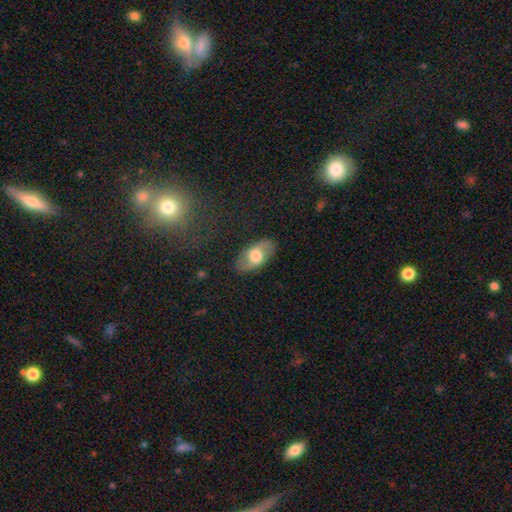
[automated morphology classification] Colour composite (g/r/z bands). It shows a smooth galaxy with no disk features (53%) that is in between round and cigar-shaped (91%). Merging: none (86%).